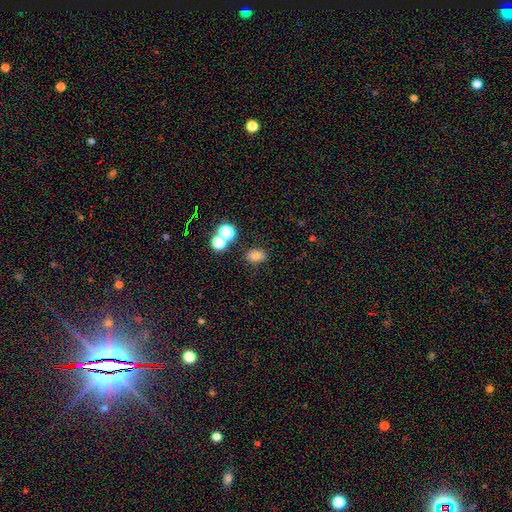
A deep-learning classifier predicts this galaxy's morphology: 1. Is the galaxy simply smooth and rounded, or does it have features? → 74% smooth, 17% star or artifact, 9% featured or disk.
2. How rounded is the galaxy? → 68% in between, 30% round, 1% cigar-shaped.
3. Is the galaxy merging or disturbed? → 80% none, 10% minor disturbance, 7% merger, 3% major disturbance.